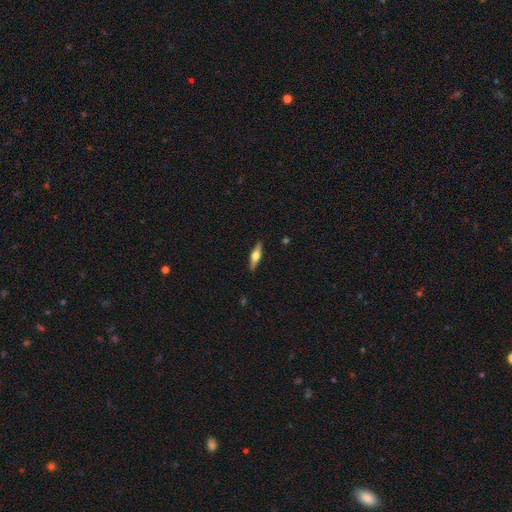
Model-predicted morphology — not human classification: This appears to be a featured or disk galaxy (52%) viewed edge-on (93%). Merging: none (89%).